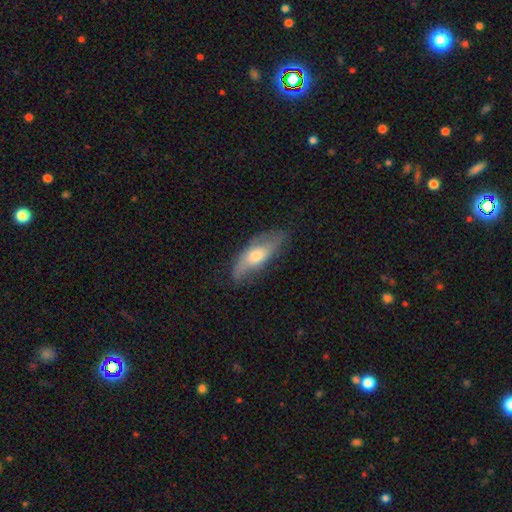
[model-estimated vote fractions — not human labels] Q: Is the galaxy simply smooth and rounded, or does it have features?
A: smooth — 50%.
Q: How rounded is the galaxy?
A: in between — 64%.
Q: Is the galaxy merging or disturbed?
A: none — 66%.